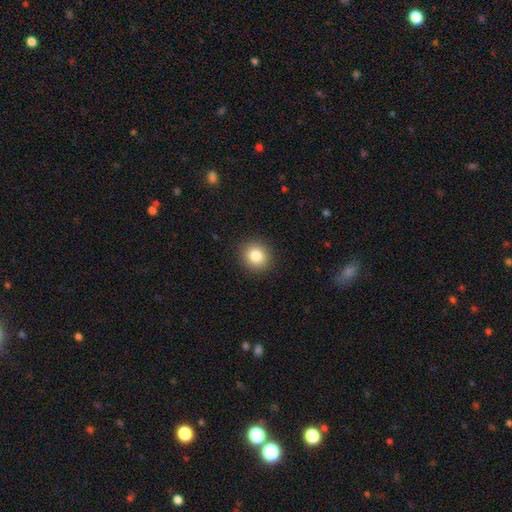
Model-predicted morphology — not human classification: This is clearly a smooth galaxy (83%). How rounded: clearly round (86%). Merging: clearly none (91%).